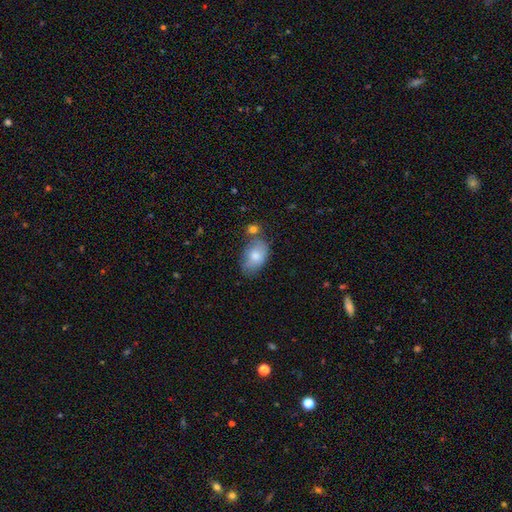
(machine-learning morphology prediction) This appears to be a smooth galaxy with no disk features (77%) that is in between round and cigar-shaped (90%). Merging: none (58%).